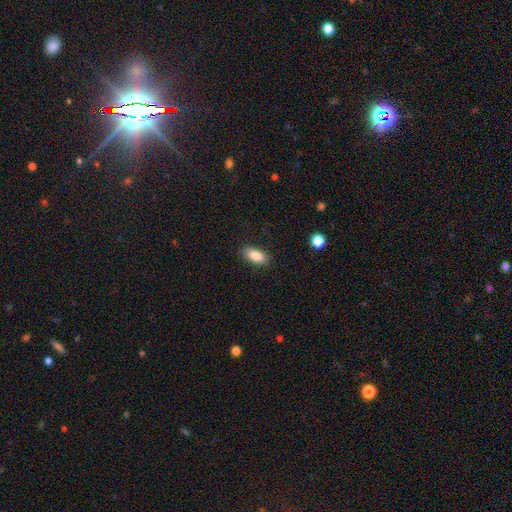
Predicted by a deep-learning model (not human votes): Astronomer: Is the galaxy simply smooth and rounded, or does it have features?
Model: smooth — 87%.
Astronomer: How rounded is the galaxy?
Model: in between — 88%.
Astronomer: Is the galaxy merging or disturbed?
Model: none — 87%.